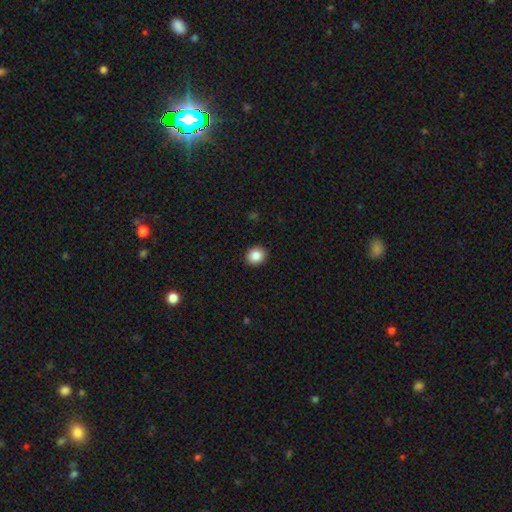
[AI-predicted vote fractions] A smooth galaxy with no disk features (86%) that is round (84%).

Vote fractions:
- Smooth or featured? smooth: 86% / star or artifact: 9% / featured or disk: 5%
- How rounded? round: 84% / in between: 16% / cigar-shaped: 1%
- Merging? none: 93% / minor disturbance: 5% / major disturbance: 2% / merger: 1%